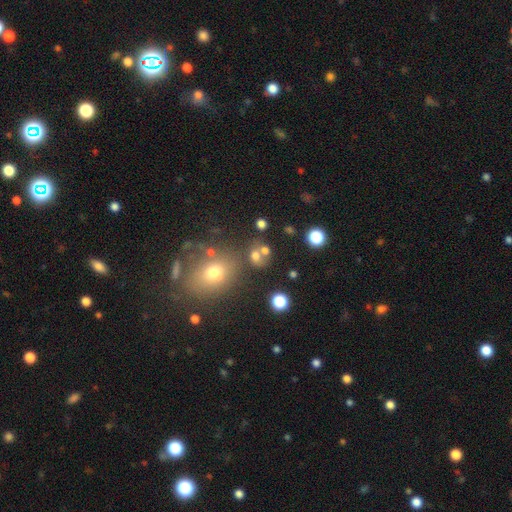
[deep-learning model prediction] This appears to be a smooth galaxy with no disk features (66%) that is round (66%). Merging: none (49%).